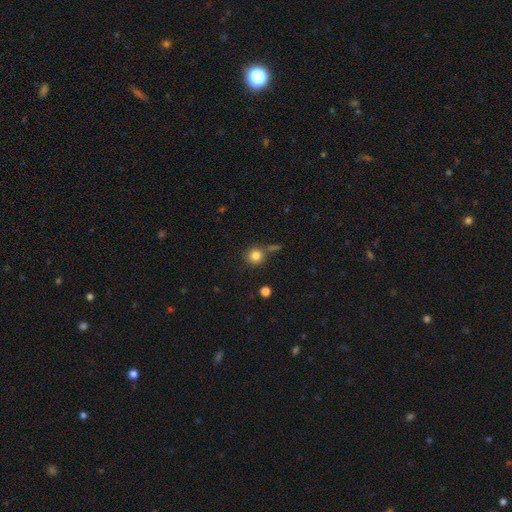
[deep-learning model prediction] A smooth galaxy with no disk features (82%) that is round (92%). Merging: none (71%).